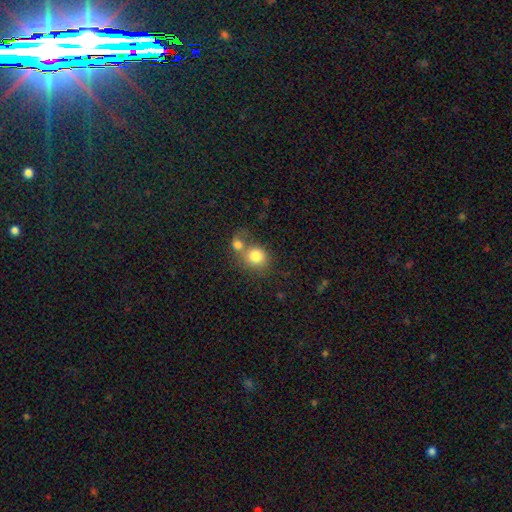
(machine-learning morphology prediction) Smooth or featured? Predicted: smooth (p=0.80). How rounded? Predicted: round (p=0.78). Merging? Predicted: merger (p=0.53).